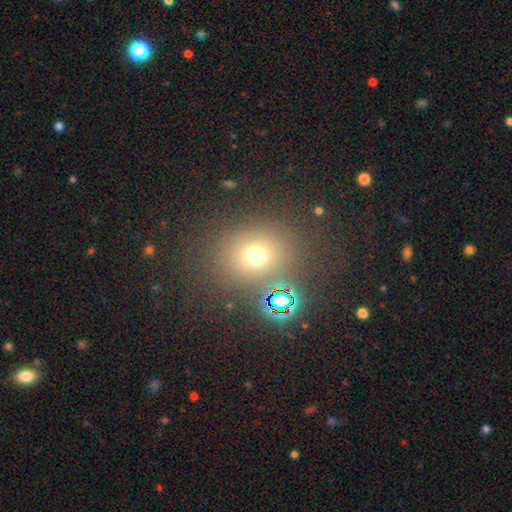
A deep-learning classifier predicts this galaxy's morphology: smooth-or-featured: smooth: 65% | star or artifact: 24% | featured or disk: 10%
  how-rounded: round: 73% | in between: 26% | cigar-shaped: 1%
  merging: none: 78% | minor disturbance: 10% | merger: 7% | major disturbance: 5%